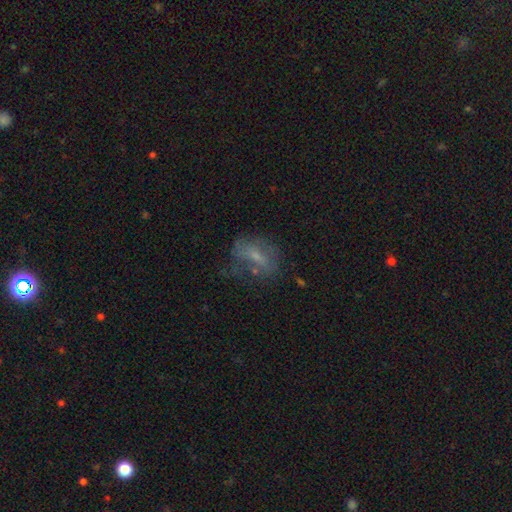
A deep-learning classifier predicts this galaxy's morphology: Smooth or featured?
  - featured or disk: 45% *
  - smooth: 41%
  - star or artifact: 14%
Merging?
  - none: 45% *
  - major disturbance: 27%
  - minor disturbance: 24%
  - merger: 5%